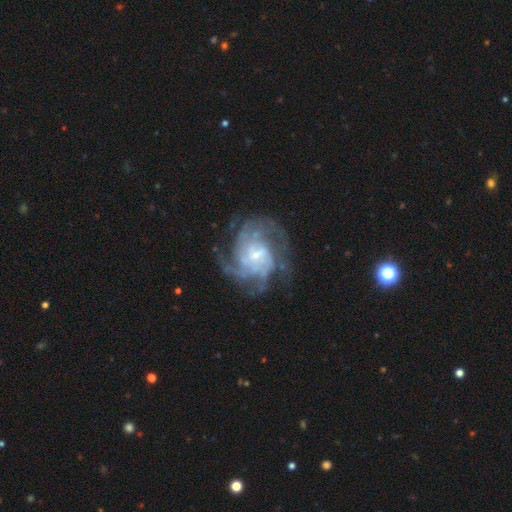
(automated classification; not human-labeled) A featured or disk galaxy (86%) with no bar (47%), tight (43%, tied with medium) spiral arms (94%) and a small central bulge (66%). Merging: none (61%).